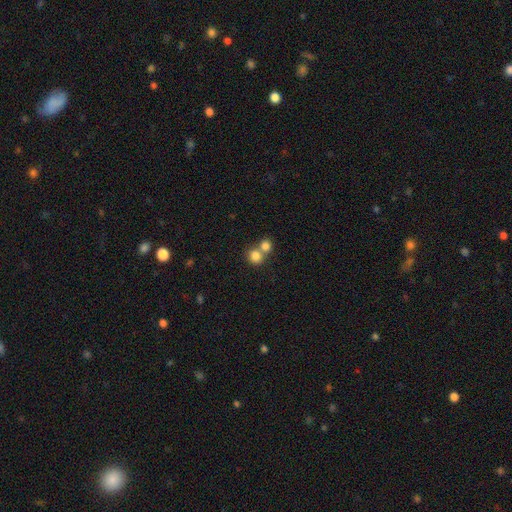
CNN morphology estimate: smooth_or_featured: smooth (p=0.81) [alt: star or artifact p=0.10]
how_rounded: round (p=0.81) [alt: in between p=0.18]
merging: merger (p=0.52) [alt: none p=0.40]